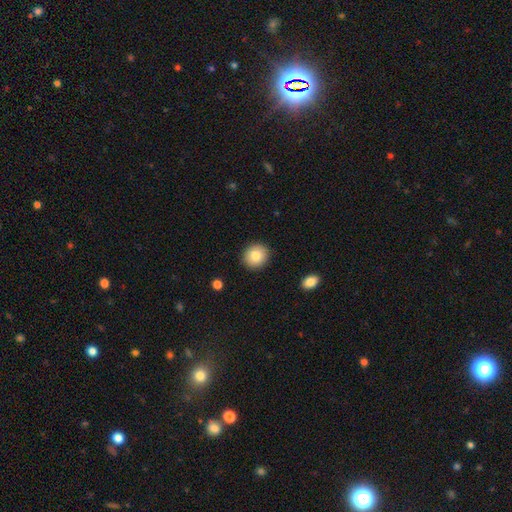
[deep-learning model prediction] Smooth or featured? smooth (83%)
How rounded? round (85%)
Merging? none (91%)